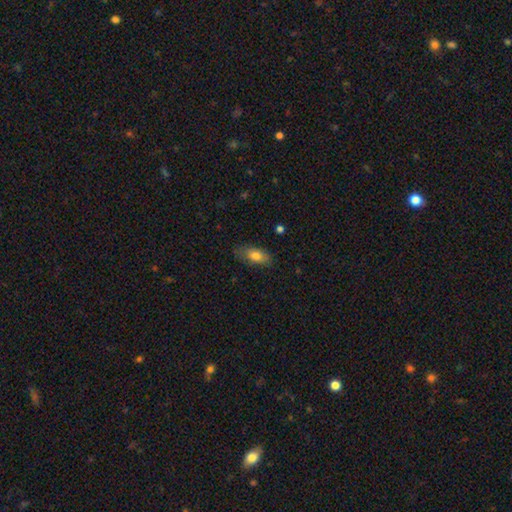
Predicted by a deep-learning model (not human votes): Smooth or featured? smooth (77%)
How rounded? in between (87%)
Merging? none (75%)